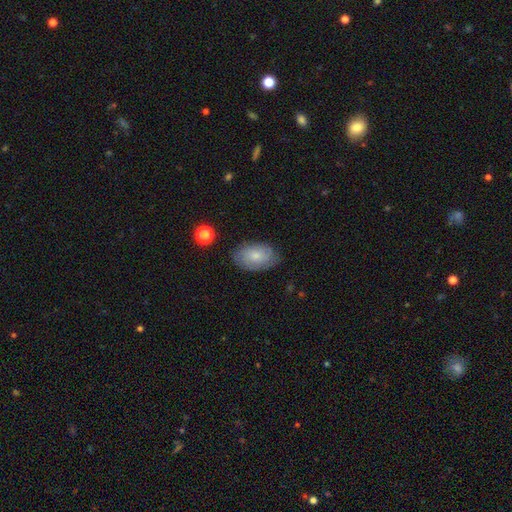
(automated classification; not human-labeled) Smooth or featured?
  - smooth: 66% *
  - featured or disk: 26%
  - star or artifact: 7%
How rounded?
  - in between: 92% *
  - round: 7%
  - cigar-shaped: 1%
Merging?
  - none: 78% *
  - minor disturbance: 16%
  - major disturbance: 4%
  - merger: 1%